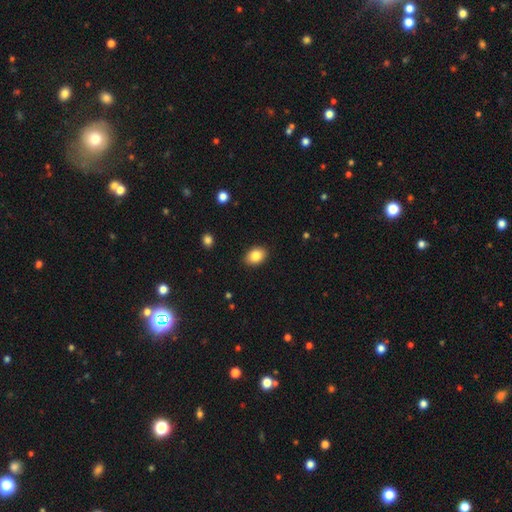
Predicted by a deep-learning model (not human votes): This appears to be a smooth galaxy with no disk features (85%) that is in between round and cigar-shaped (75%). Merging: none (88%).